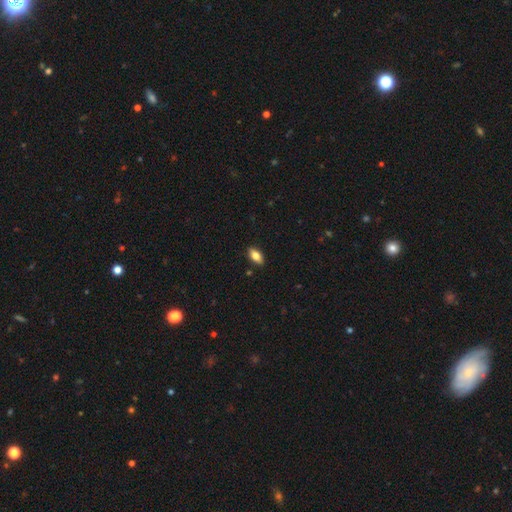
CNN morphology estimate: Q: Smooth or featured?
A: smooth (76%); runner-up: featured or disk (17%)
Q: How rounded?
A: in between (88%); runner-up: cigar-shaped (9%)
Q: Merging?
A: none (88%); runner-up: minor disturbance (9%)